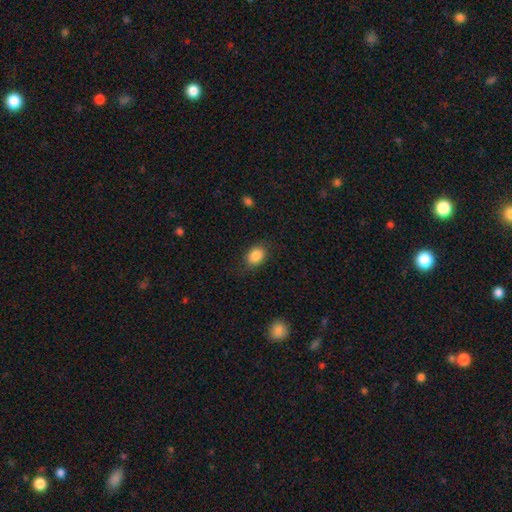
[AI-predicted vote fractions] smooth 87%, star or artifact 8%, featured or disk 5%. Down the decision tree: how rounded — in between (69%); merging — none (80%).